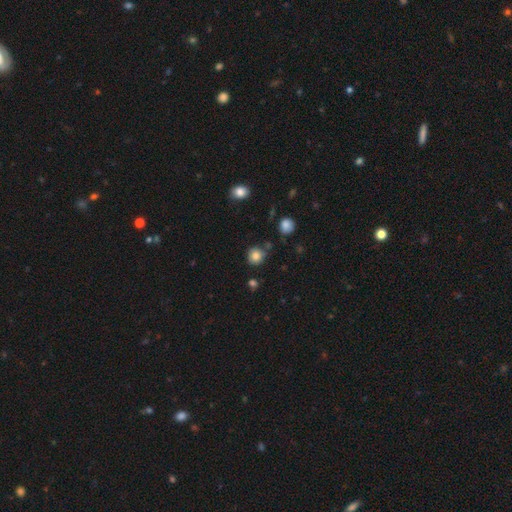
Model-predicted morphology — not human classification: smooth 83%, star or artifact 11%, featured or disk 6%. Down the decision tree: how rounded — round (89%); merging — none (79%).